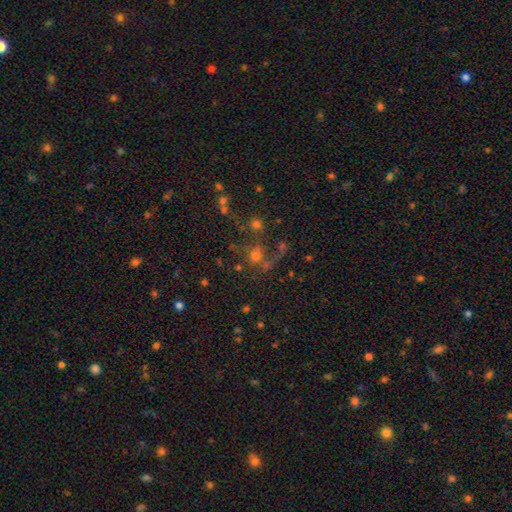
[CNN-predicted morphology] Smooth or featured?
  - smooth: 40% *
  - star or artifact: 33%
  - featured or disk: 27%
Merging?
  - none: 43% *
  - merger: 27%
  - major disturbance: 18%
  - minor disturbance: 12%